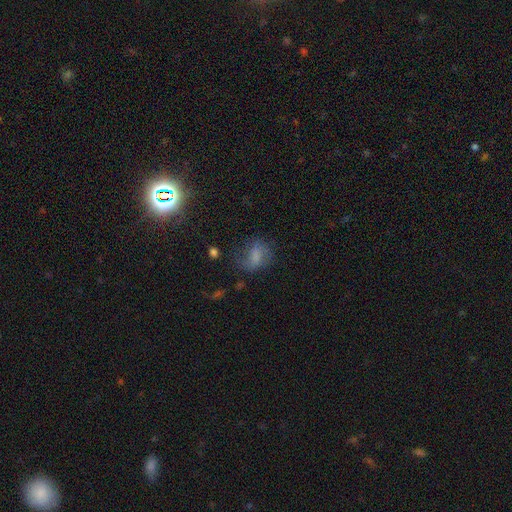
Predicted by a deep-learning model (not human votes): Smooth or featured? smooth (55%)
How rounded? in between (67%)
Merging? none (50%)